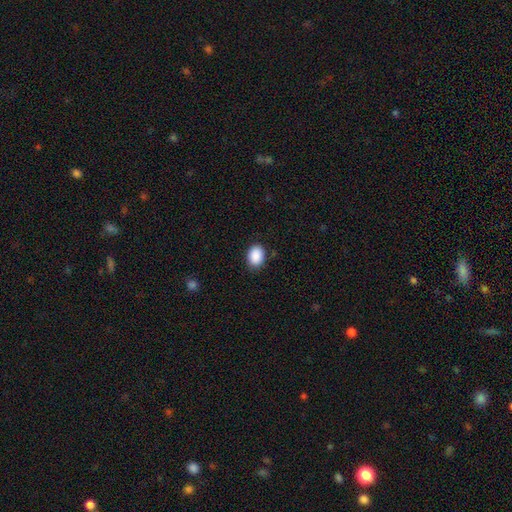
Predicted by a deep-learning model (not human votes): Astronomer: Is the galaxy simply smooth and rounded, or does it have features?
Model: smooth — 90%.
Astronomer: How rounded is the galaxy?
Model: in between — 68%.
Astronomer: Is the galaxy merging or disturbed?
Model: none — 86%.